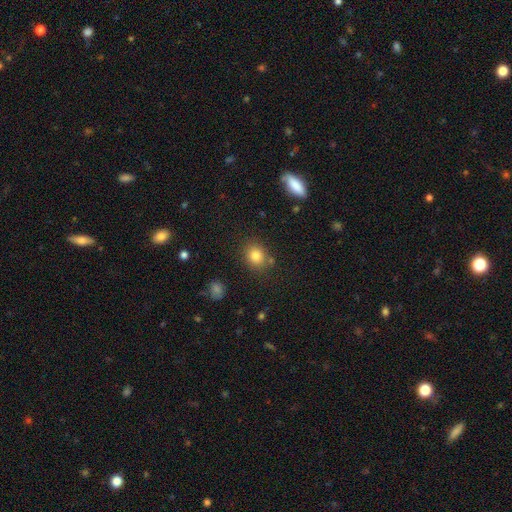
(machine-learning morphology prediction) The model was most divided on "how rounded": round: 61%, in between: 38%, cigar-shaped: 1%. More confident: smooth or featured — smooth (82%); merging — none (79%).